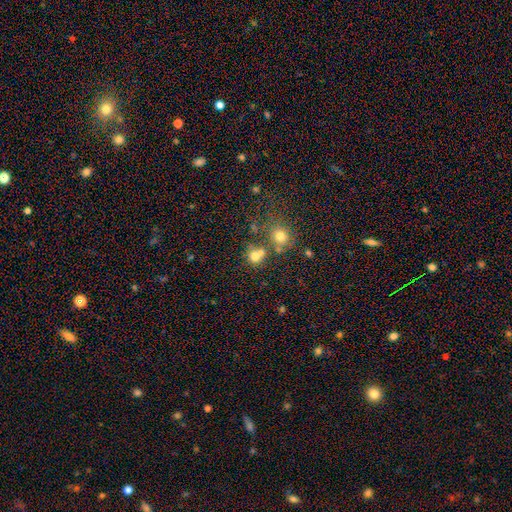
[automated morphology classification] A smooth galaxy with no disk features (69%) that is round (84%).

Vote fractions:
- Smooth or featured? smooth: 69% / star or artifact: 18% / featured or disk: 13%
- How rounded? round: 84% / in between: 15% / cigar-shaped: 1%
- Merging? none: 50% / merger: 37% / minor disturbance: 8% / major disturbance: 5%